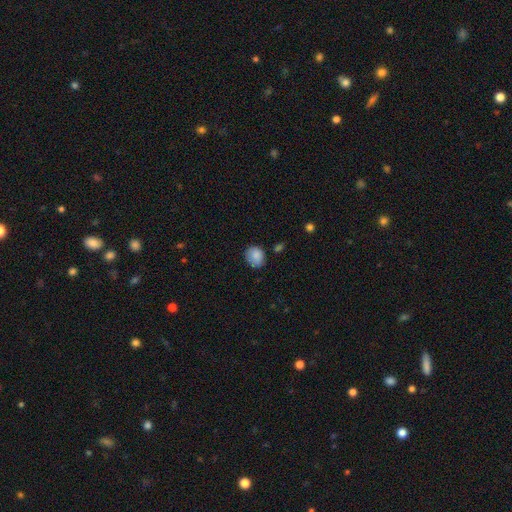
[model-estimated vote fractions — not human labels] A smooth galaxy with no disk features (86%) that is round (62%).

Vote fractions:
- Smooth or featured? smooth: 86% / star or artifact: 8% / featured or disk: 6%
- How rounded? round: 62% / in between: 37% / cigar-shaped: 1%
- Merging? none: 74% / minor disturbance: 20% / major disturbance: 4% / merger: 3%